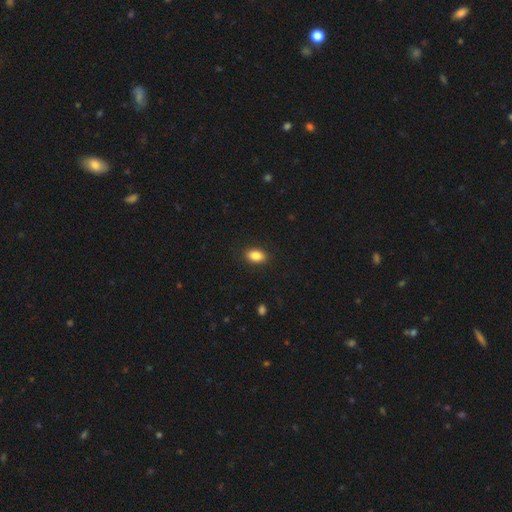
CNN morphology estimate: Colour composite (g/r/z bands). It shows a smooth galaxy with no disk features (87%) that is in between round and cigar-shaped (88%). Merging: none (89%).